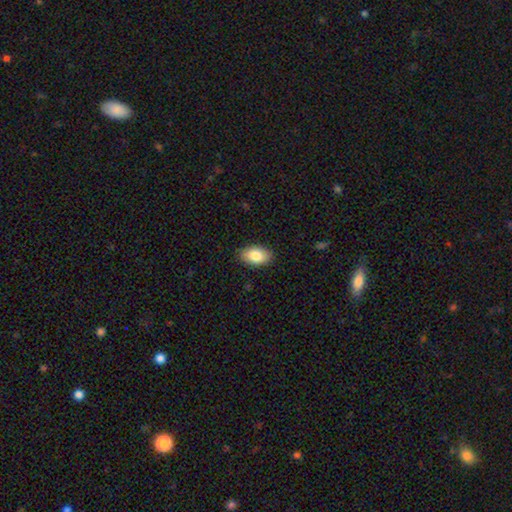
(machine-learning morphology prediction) A smooth galaxy with no disk features (84%) that is in between round and cigar-shaped (92%).

Vote fractions:
- Smooth or featured? smooth: 84% / featured or disk: 9% / star or artifact: 7%
- How rounded? in between: 92% / round: 6% / cigar-shaped: 2%
- Merging? none: 87% / minor disturbance: 10% / major disturbance: 2% / merger: 1%